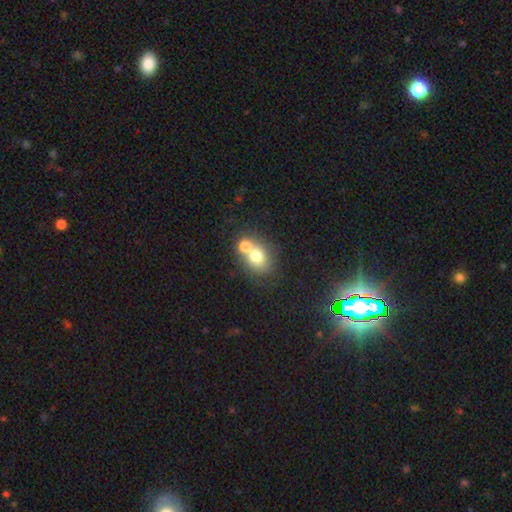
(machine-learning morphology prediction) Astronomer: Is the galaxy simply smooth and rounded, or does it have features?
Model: smooth — 72%.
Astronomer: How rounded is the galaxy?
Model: round — 60% (runner-up: in between, 39%).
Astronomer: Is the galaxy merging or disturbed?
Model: merger — 52% (runner-up: none, 37%).